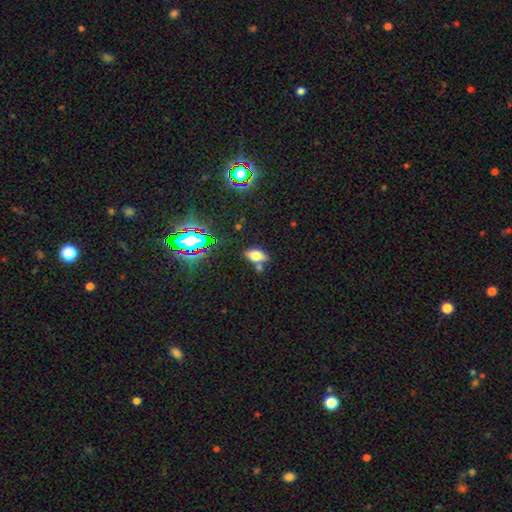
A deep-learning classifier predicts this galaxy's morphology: This is likely a smooth galaxy (69%). How rounded: clearly in between (87%). Merging: likely none (66%).